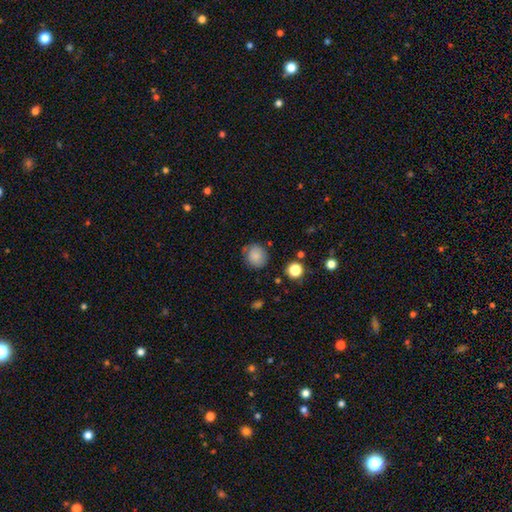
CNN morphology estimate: Smooth or featured: smooth — 83% (star or artifact — 9%)
How rounded: round — 84% (in between — 15%)
Merging: none — 76% (minor disturbance — 17%)